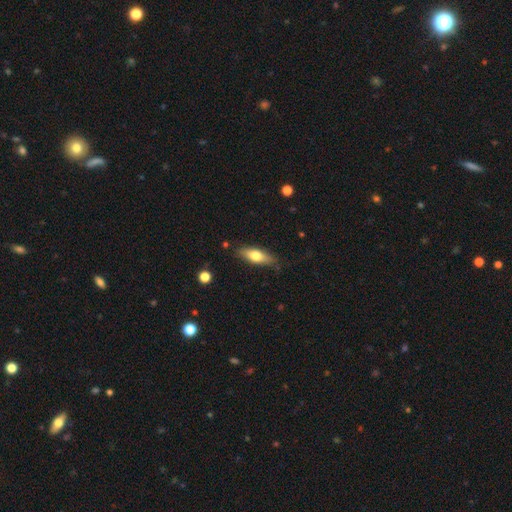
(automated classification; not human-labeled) Q: Smooth or featured?
A: smooth (66%); runner-up: featured or disk (28%)
Q: How rounded?
A: in between (60%); runner-up: cigar-shaped (37%)
Q: Merging?
A: none (79%); runner-up: minor disturbance (16%)